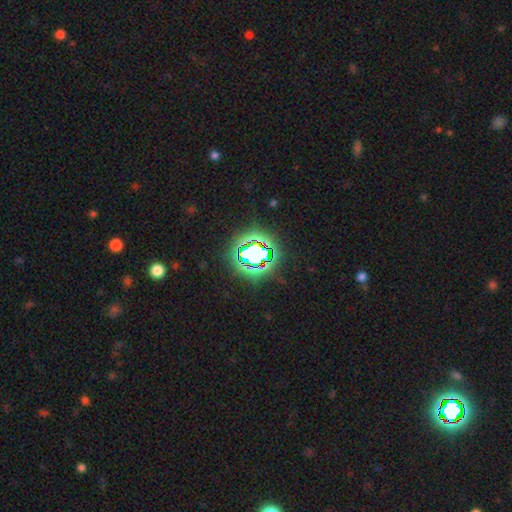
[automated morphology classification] star or artifact 66%, smooth 22%, featured or disk 12%.